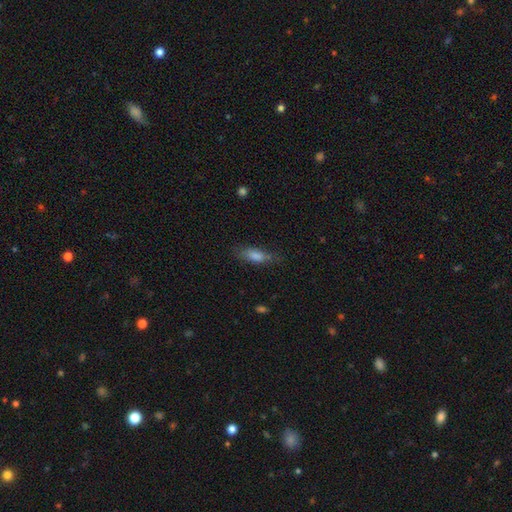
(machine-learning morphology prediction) This is likely a smooth galaxy (72%). How rounded: possibly in between (53%). Merging: likely none (68%).